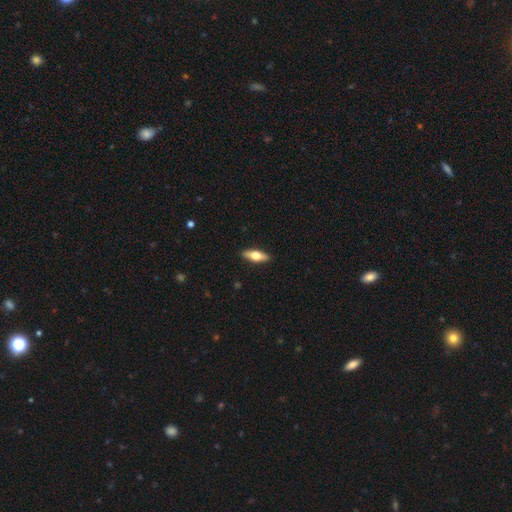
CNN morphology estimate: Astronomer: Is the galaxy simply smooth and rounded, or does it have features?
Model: smooth — 58% (runner-up: featured or disk, 37%).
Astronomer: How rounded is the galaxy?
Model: in between — 60% (runner-up: cigar-shaped, 37%).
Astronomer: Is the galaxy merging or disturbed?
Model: none — 90%.